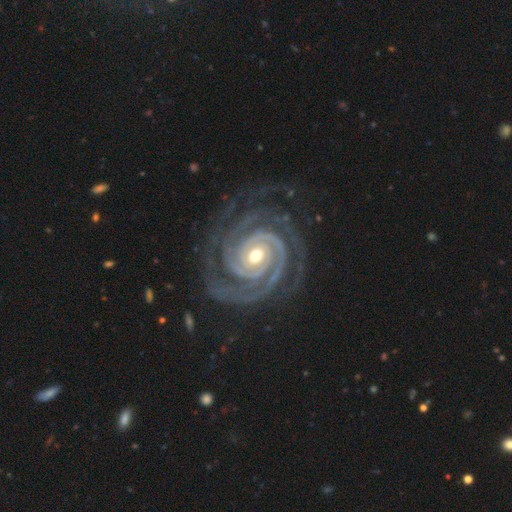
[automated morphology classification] This appears to be a featured or disk galaxy (94%) with no bar (60%), 2 (37%) tight (85%) spiral arms (99%) and a moderate central bulge (63%). Merging: none (78%).